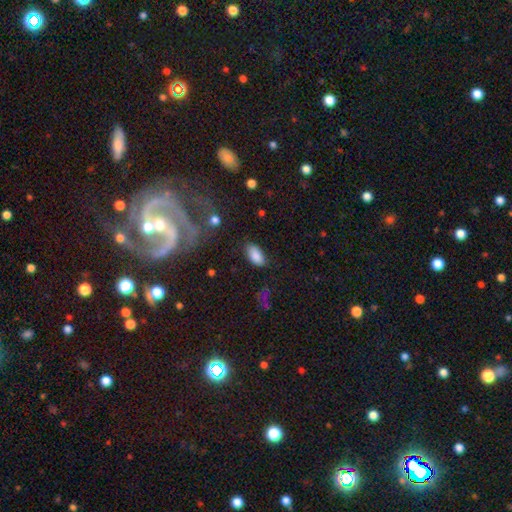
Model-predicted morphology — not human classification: A smooth galaxy with no disk features (87%) that is in between round and cigar-shaped (94%).

Vote fractions:
- Smooth or featured? smooth: 87% / star or artifact: 7% / featured or disk: 6%
- How rounded? in between: 94% / cigar-shaped: 3% / round: 3%
- Merging? none: 78% / minor disturbance: 16% / major disturbance: 4% / merger: 2%